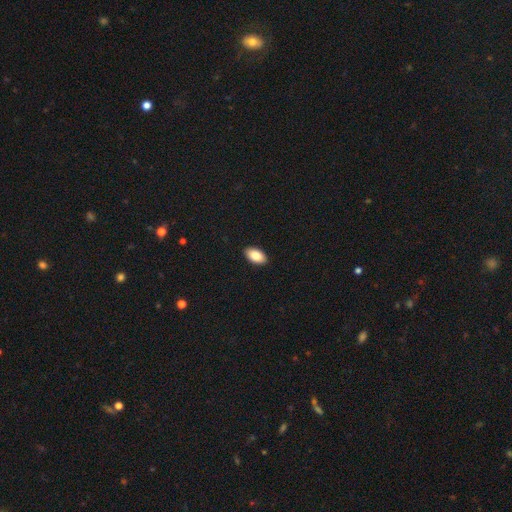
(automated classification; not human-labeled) Q: Smooth or featured?
A: smooth (87%); runner-up: star or artifact (7%)
Q: How rounded?
A: in between (95%); runner-up: round (4%)
Q: Merging?
A: none (91%); runner-up: minor disturbance (7%)